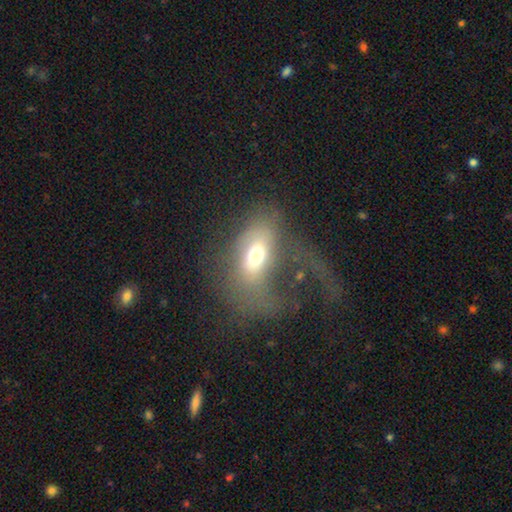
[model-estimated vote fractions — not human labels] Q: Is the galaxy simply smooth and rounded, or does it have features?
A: smooth — 55%.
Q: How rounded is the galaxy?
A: in between — 84%.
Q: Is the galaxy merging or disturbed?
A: major disturbance — 61%.